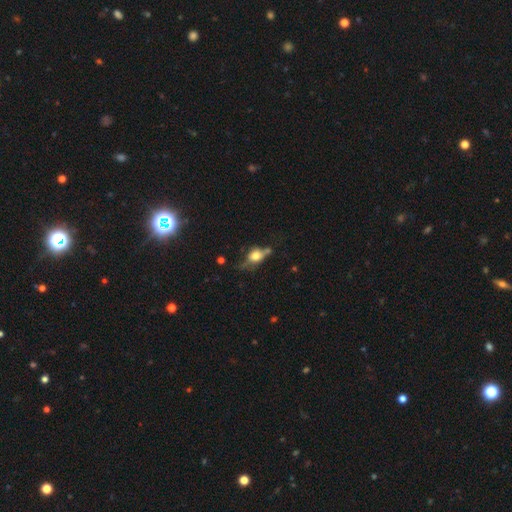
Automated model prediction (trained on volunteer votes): Smooth or featured: smooth — 51% (featured or disk — 38%)
How rounded: in between — 51% (round — 40%)
Merging: none — 45% (minor disturbance — 26%)